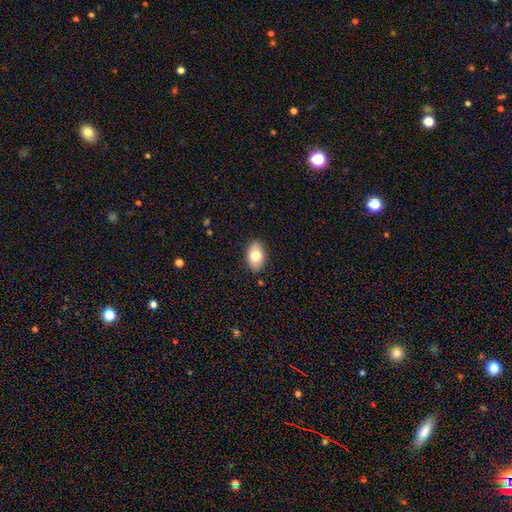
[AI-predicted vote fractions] Smooth or featured? smooth (77%)
How rounded? in between (89%)
Merging? none (87%)